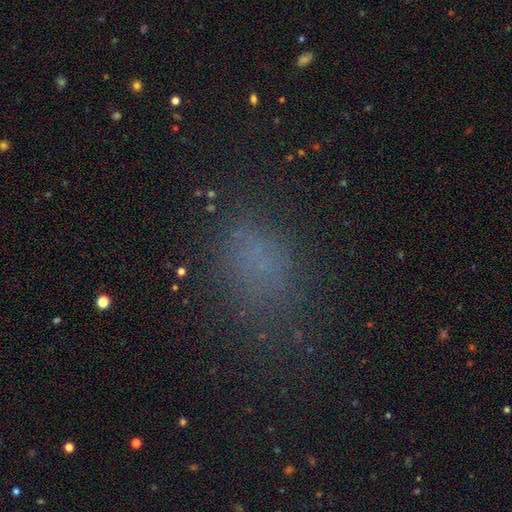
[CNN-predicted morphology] Smooth or featured?
  - smooth: 61% *
  - star or artifact: 27%
  - featured or disk: 11%
How rounded?
  - in between: 75% *
  - round: 22%
  - cigar-shaped: 4%
Merging?
  - none: 61% *
  - minor disturbance: 21%
  - major disturbance: 17%
  - merger: 2%